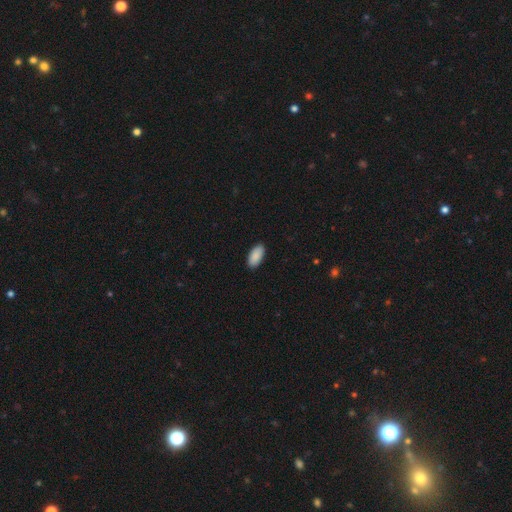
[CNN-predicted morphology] The model was most divided on "merging": none: 90%, minor disturbance: 7%, major disturbance: 2%, merger: 1%. More confident: how rounded — in between (94%); smooth or featured — smooth (91%).